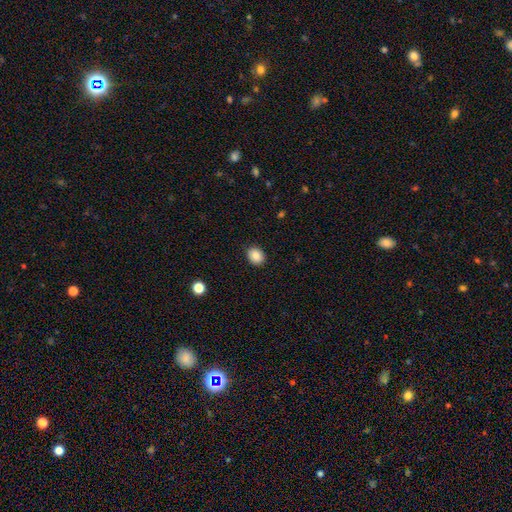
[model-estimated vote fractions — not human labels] This appears to be a smooth galaxy with no disk features (87%) that is round (55%). Merging: none (90%).